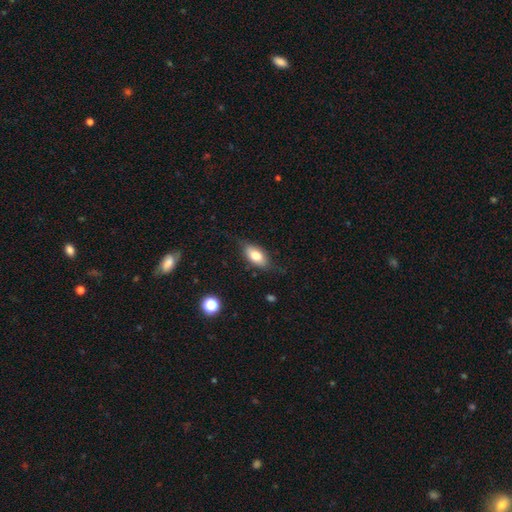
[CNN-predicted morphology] This appears to be a smooth galaxy with no disk features (75%) that is in between round and cigar-shaped (88%). Merging: none (74%).